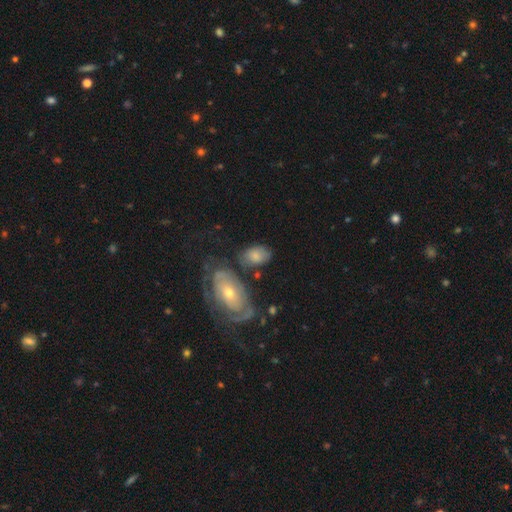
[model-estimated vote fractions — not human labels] Smooth or featured? smooth (63%)
How rounded? in between (85%)
Merging? none (58%)